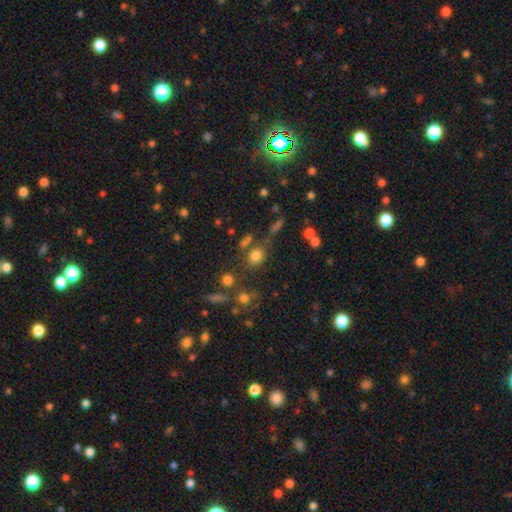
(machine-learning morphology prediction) This is likely a smooth galaxy (75%). How rounded: possibly round (55%). Merging: likely none (65%).